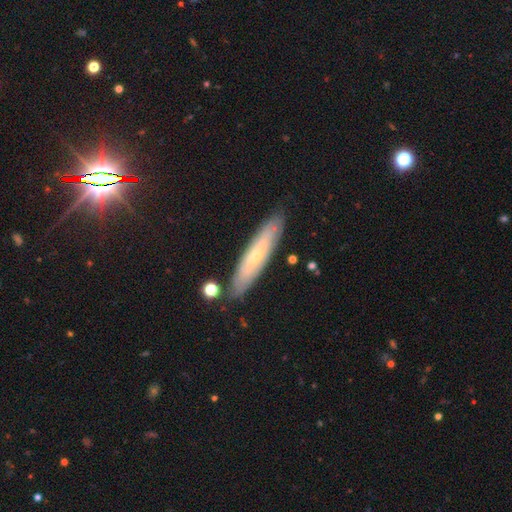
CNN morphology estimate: This appears to be a featured or disk galaxy (51%) viewed edge-on (56%). Merging: none (84%).